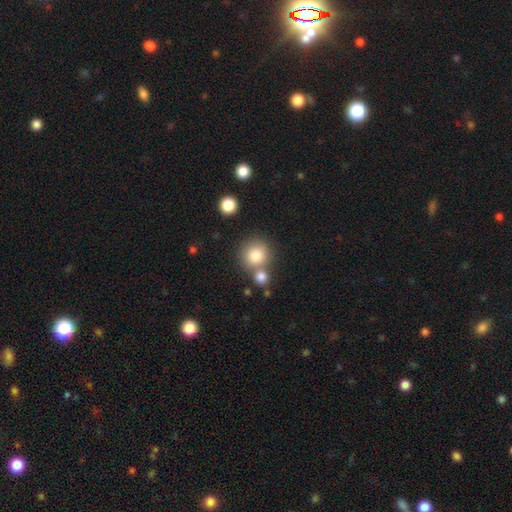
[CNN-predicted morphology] Overall: smooth (82%). How rounded: round (89%). Merging: none (59%; merger 29%).